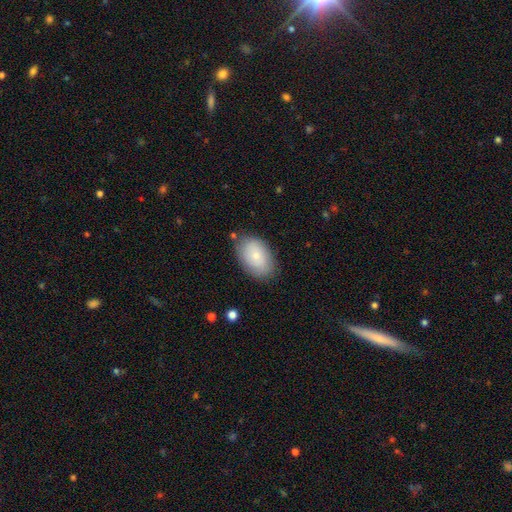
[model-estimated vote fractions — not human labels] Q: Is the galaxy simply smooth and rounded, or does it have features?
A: smooth — 74%.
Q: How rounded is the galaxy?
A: in between — 89%.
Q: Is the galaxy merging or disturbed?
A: none — 80%.